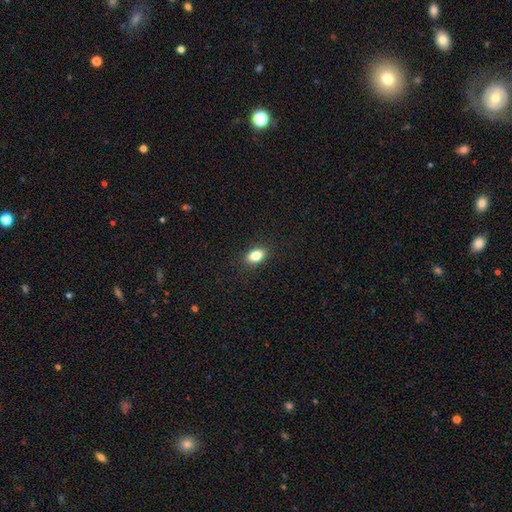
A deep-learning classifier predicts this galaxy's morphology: smooth 83%, star or artifact 9%, featured or disk 8%. Down the decision tree: how rounded — in between (85%); merging — none (89%).